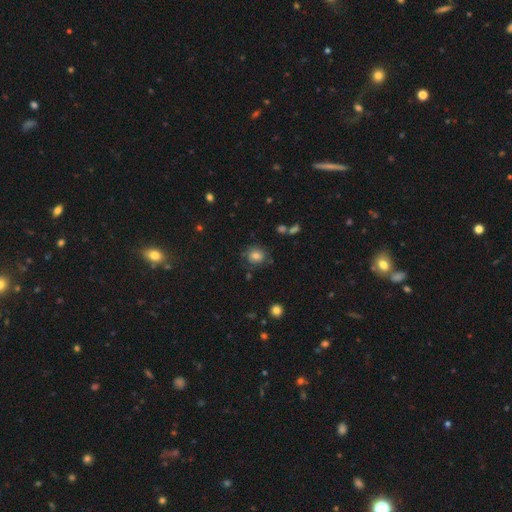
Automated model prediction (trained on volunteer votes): This is likely a smooth galaxy (73%). How rounded: likely round (80%). Merging: likely none (74%).